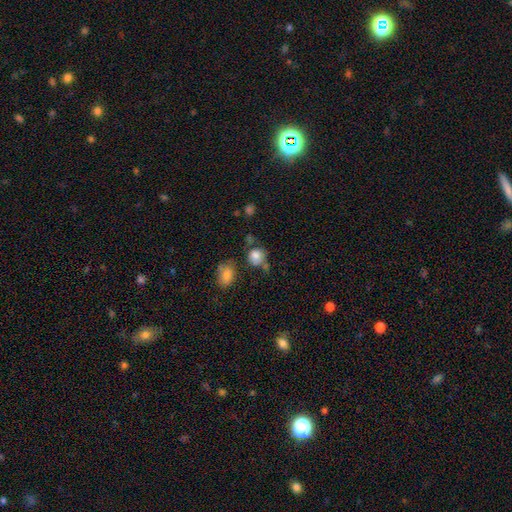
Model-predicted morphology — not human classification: Smooth or featured?
  - smooth: 81% *
  - star or artifact: 10%
  - featured or disk: 9%
How rounded?
  - round: 79% *
  - in between: 20%
  - cigar-shaped: 1%
Merging?
  - none: 55% *
  - minor disturbance: 21%
  - merger: 15%
  - major disturbance: 9%